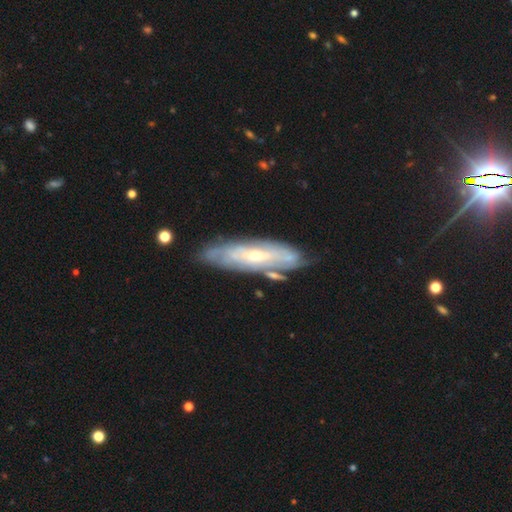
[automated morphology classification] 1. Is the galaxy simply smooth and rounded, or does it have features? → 77% featured or disk, 17% smooth, 6% star or artifact.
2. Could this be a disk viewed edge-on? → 74% no, 26% yes.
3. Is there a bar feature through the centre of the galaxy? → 59% no, 30% weak, 11% strong.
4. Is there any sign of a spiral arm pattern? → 81% yes, 19% no.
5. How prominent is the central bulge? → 59% small, 38% moderate, 2% large, 1% none, 1% dominant.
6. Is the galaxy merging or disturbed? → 73% none, 17% minor disturbance, 5% merger, 5% major disturbance.